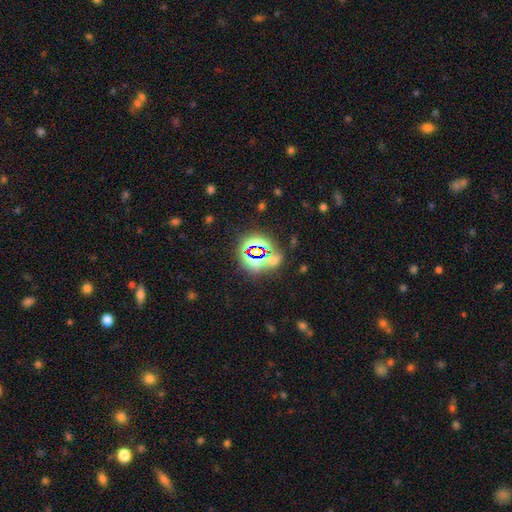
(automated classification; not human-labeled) star or artifact 77%, smooth 15%, featured or disk 9%.